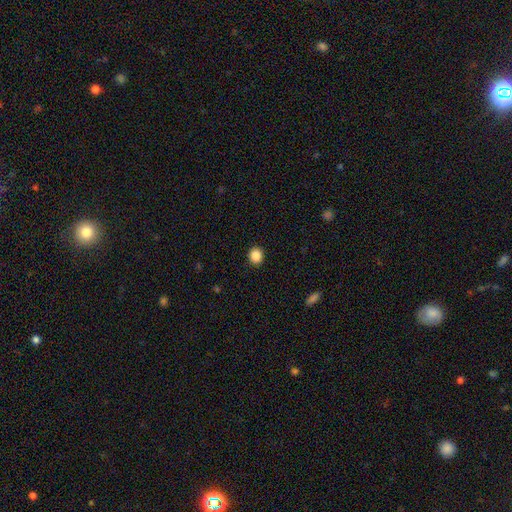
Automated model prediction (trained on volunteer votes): Smooth or featured? Predicted: smooth (p=0.87). How rounded? Predicted: round (p=0.81). Merging? Predicted: none (p=0.92).